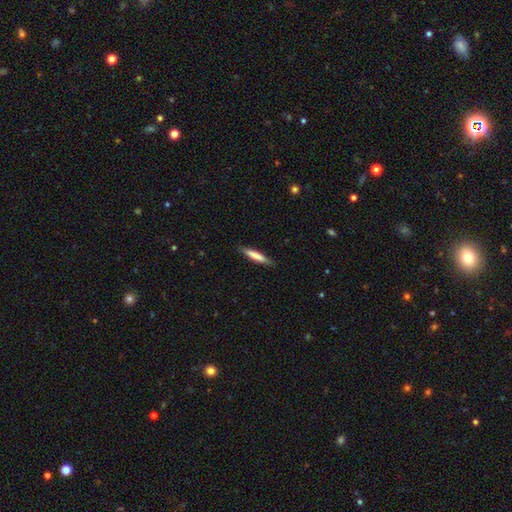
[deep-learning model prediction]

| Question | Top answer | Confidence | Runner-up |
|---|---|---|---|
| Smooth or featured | smooth | 74% | featured or disk (20%) |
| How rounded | cigar-shaped | 90% | in between (9%) |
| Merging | none | 88% | minor disturbance (10%) |